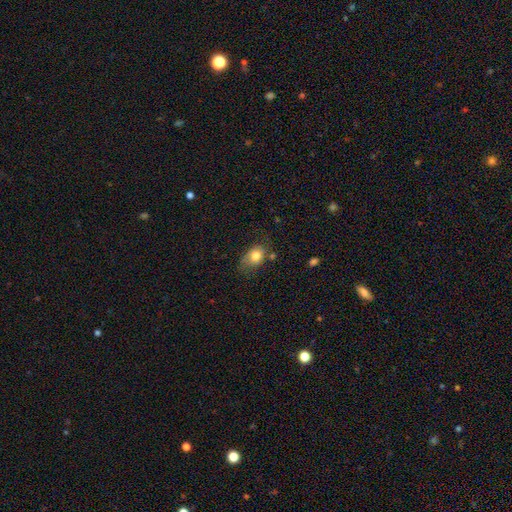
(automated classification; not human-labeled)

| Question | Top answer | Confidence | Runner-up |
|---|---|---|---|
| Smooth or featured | smooth | 78% | featured or disk (14%) |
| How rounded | in between | 71% | round (27%) |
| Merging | none | 52% | minor disturbance (32%) |